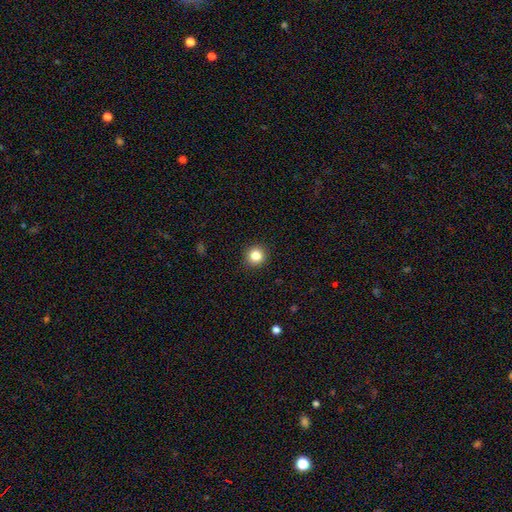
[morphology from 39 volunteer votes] This appears to be a smooth galaxy with no disk features (97%) that is round (97%). Merging: none (90%).